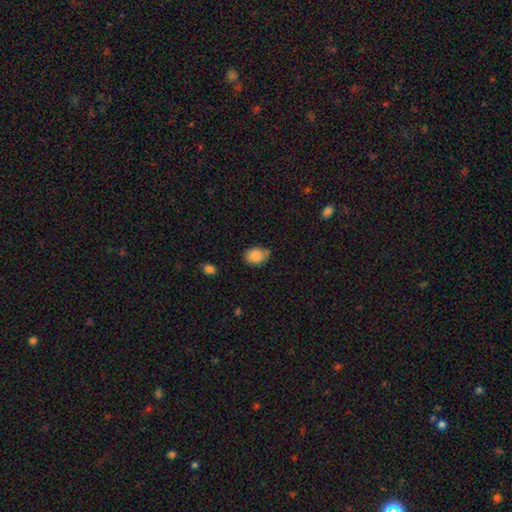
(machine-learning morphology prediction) A smooth galaxy with no disk features (86%) that is in between round and cigar-shaped (66%). Merging: none (66%).